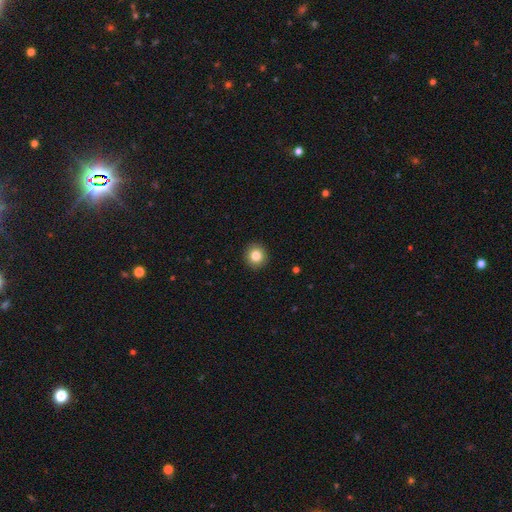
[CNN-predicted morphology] A smooth galaxy with no disk features (83%) that is round (92%). Merging: none (92%).